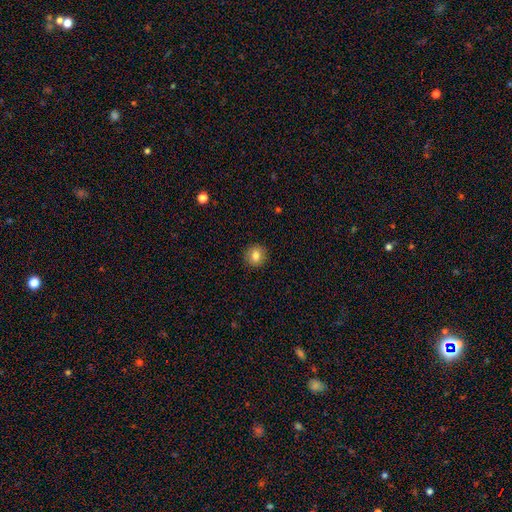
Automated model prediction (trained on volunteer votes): Q: Smooth or featured?
A: smooth (82%); runner-up: star or artifact (10%)
Q: How rounded?
A: round (90%); runner-up: in between (9%)
Q: Merging?
A: none (91%); runner-up: minor disturbance (6%)